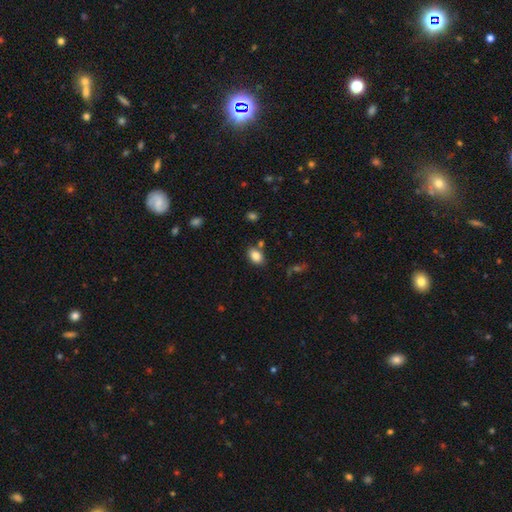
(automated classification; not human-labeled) This appears to be a smooth galaxy with no disk features (85%) that is in between round and cigar-shaped (84%). Merging: none (78%).